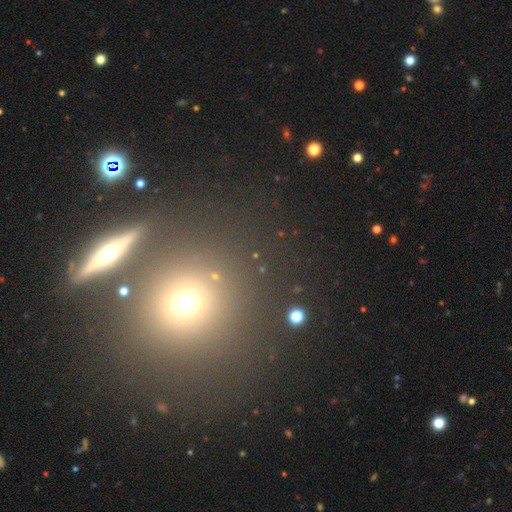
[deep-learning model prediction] The model was most divided on "smooth or featured": star or artifact: 48%, smooth: 43%, featured or disk: 9%.